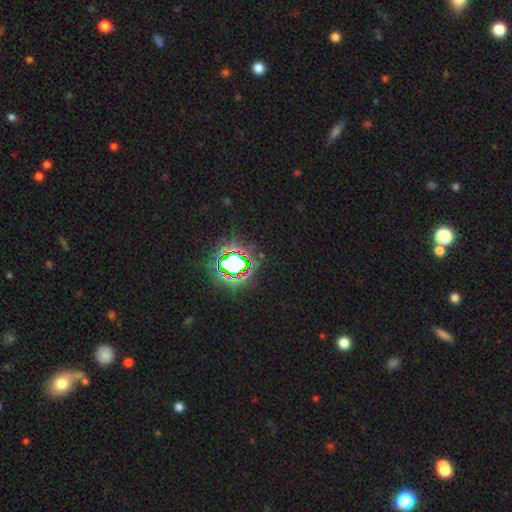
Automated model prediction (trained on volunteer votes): Q: Smooth or featured?
A: star or artifact (80%); runner-up: smooth (12%)